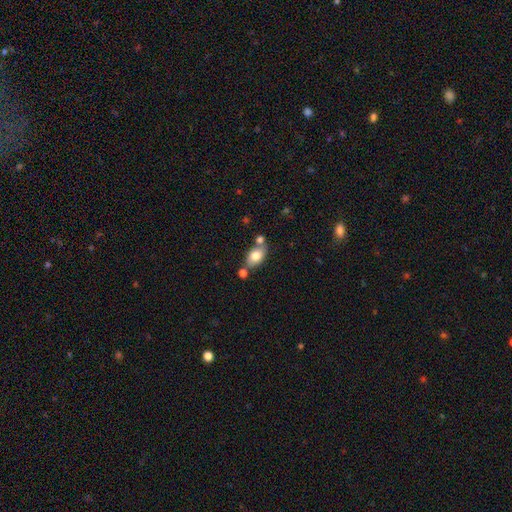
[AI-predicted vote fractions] smooth_or_featured: smooth (p=0.76) [alt: featured or disk p=0.16]
how_rounded: in between (p=0.85) [alt: round p=0.13]
merging: none (p=0.62) [alt: merger p=0.20]